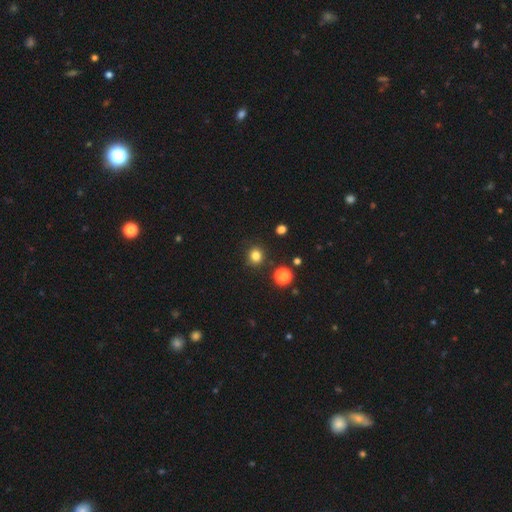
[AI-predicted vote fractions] Smooth or featured: smooth — 81% (star or artifact — 14%)
How rounded: round — 87% (in between — 12%)
Merging: none — 89% (minor disturbance — 7%)